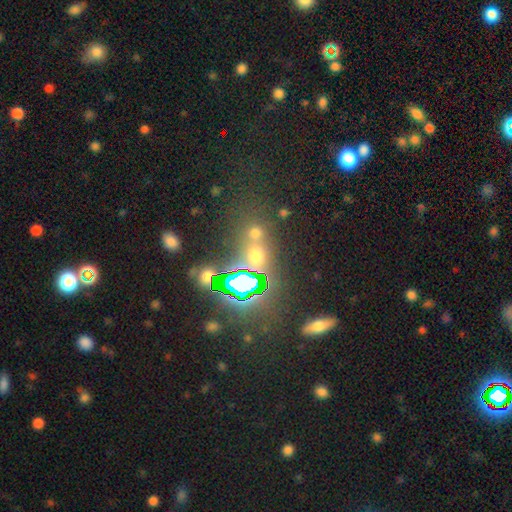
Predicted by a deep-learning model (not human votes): Smooth or featured: star or artifact — 46% (smooth — 43%)